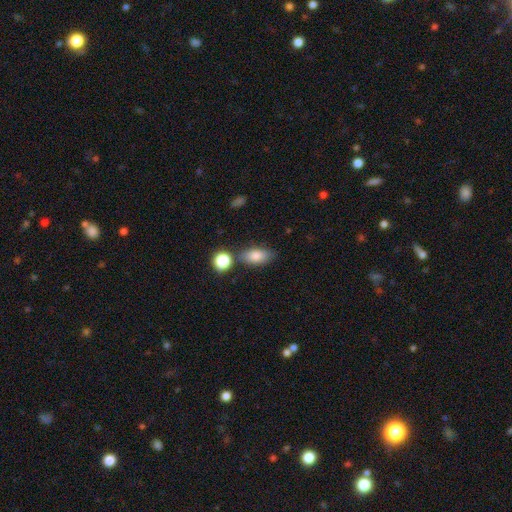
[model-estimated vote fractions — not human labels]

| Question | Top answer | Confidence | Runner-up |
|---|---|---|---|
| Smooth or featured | smooth | 82% | featured or disk (9%) |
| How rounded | in between | 88% | round (7%) |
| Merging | none | 71% | minor disturbance (14%) |